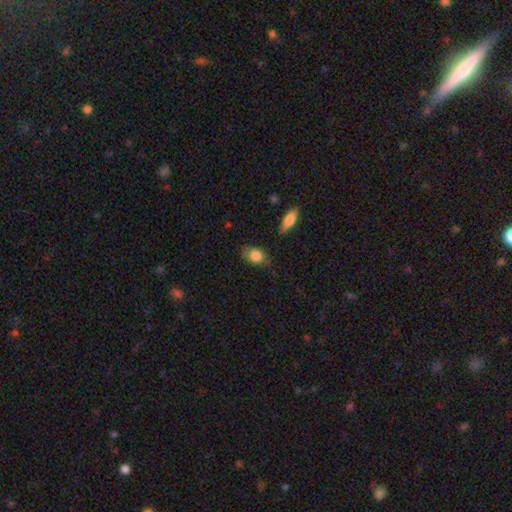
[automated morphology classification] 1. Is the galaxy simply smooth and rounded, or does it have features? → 77% smooth, 17% featured or disk, 7% star or artifact.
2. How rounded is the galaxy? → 81% in between, 16% round, 4% cigar-shaped.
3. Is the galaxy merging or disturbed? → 71% none, 22% minor disturbance, 5% major disturbance, 2% merger.